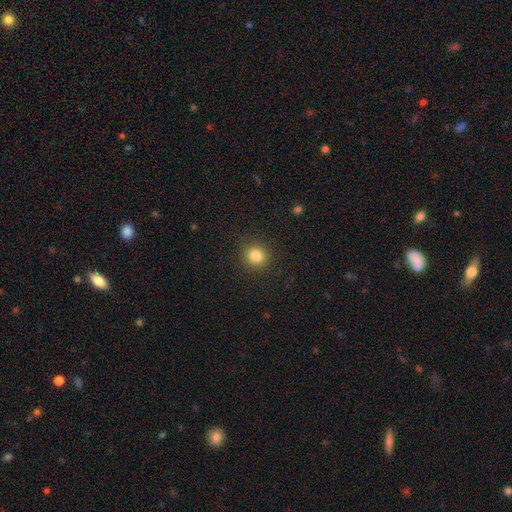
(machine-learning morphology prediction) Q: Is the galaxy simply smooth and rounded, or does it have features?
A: smooth — 83%.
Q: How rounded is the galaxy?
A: round — 88%.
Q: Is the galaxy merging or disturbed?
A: none — 90%.